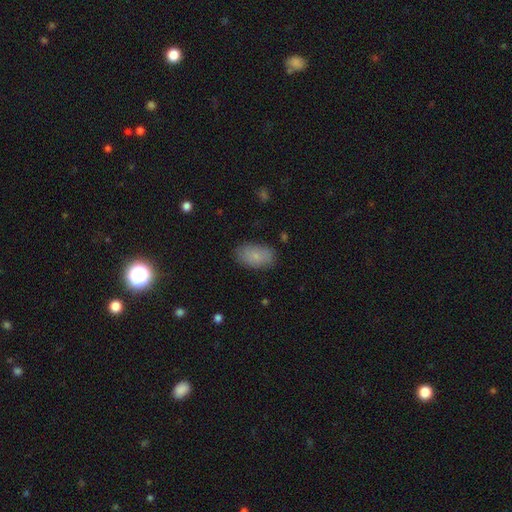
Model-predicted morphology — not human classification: type=smooth (82%); roundness=in between (93%); merging=none (83%).